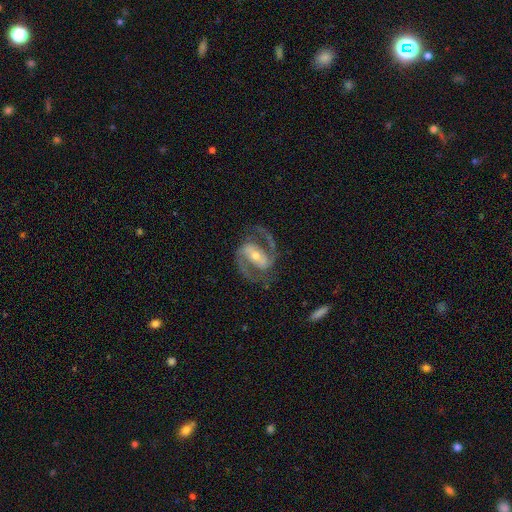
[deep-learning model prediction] A featured or disk galaxy (91%) with a strong bar (55%), 2 (93%) medium (63%) spiral arms (97%) and a small central bulge (47%, tied with moderate). Merging: none (78%).